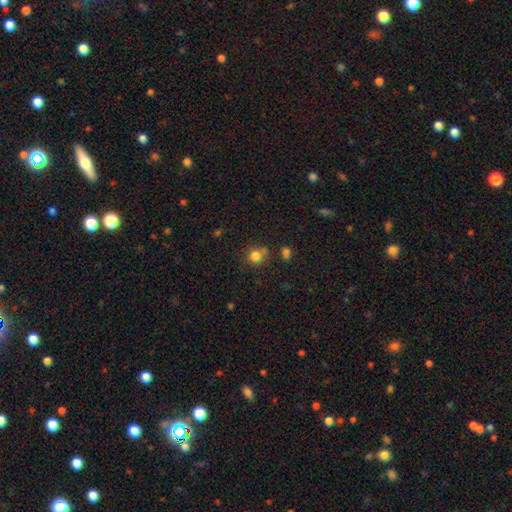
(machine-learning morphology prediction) type=smooth (81%); roundness=round (87%); merging=none (65%).